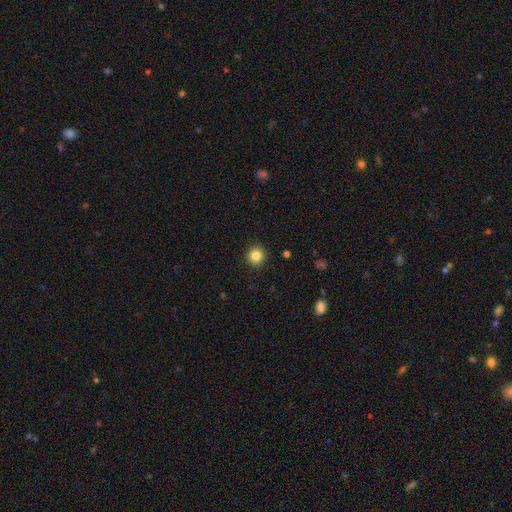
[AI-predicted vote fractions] Morphology: type=smooth (85%); roundness=round (92%); merging=none (91%).